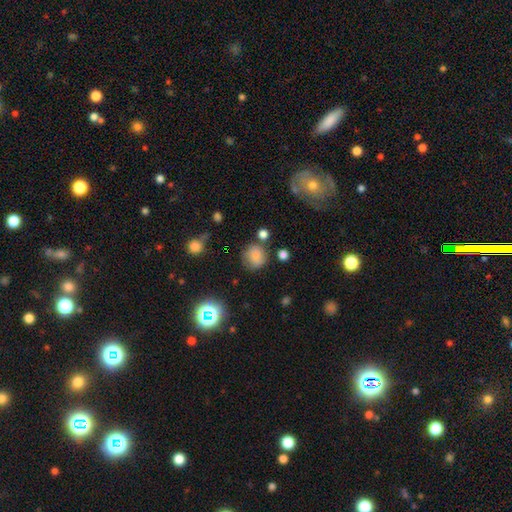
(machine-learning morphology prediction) Smooth or featured: smooth — 73% (star or artifact — 14%)
How rounded: round — 87% (in between — 12%)
Merging: none — 69% (minor disturbance — 19%)